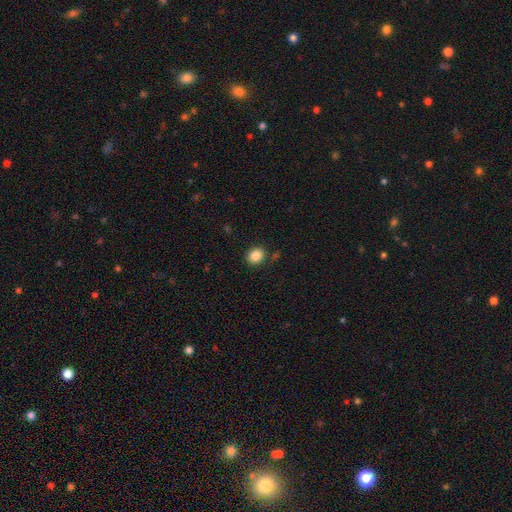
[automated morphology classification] smooth-or-featured: smooth: 86% | star or artifact: 10% | featured or disk: 5%
  how-rounded: round: 64% | in between: 36% | cigar-shaped: 1%
  merging: none: 85% | minor disturbance: 9% | merger: 3% | major disturbance: 3%